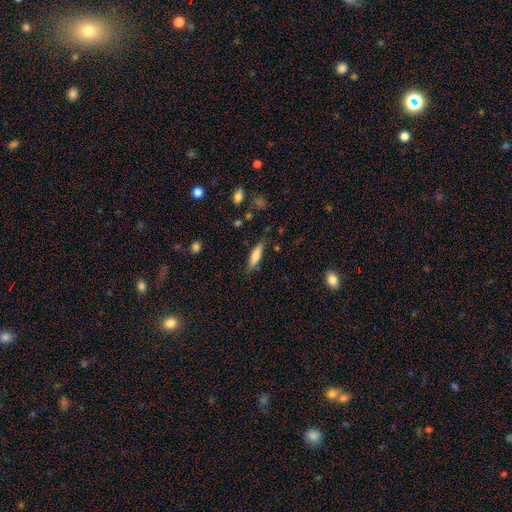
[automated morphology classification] type=smooth (78%); roundness=cigar-shaped (64%); merging=none (80%).